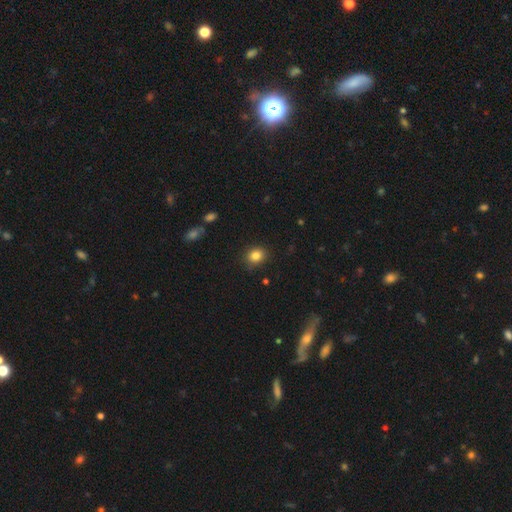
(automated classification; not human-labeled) The model was most divided on "how rounded": round: 62%, in between: 37%, cigar-shaped: 1%. More confident: merging — none (86%); smooth or featured — smooth (84%).